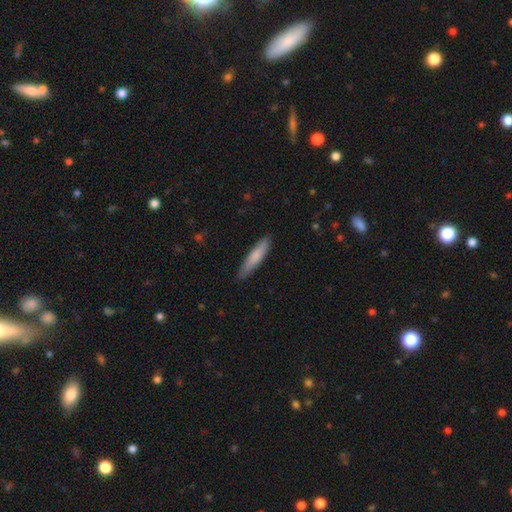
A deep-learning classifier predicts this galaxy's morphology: smooth_or_featured: smooth (p=0.78) [alt: featured or disk p=0.17]
how_rounded: cigar-shaped (p=0.86) [alt: in between p=0.13]
merging: none (p=0.85) [alt: minor disturbance p=0.12]